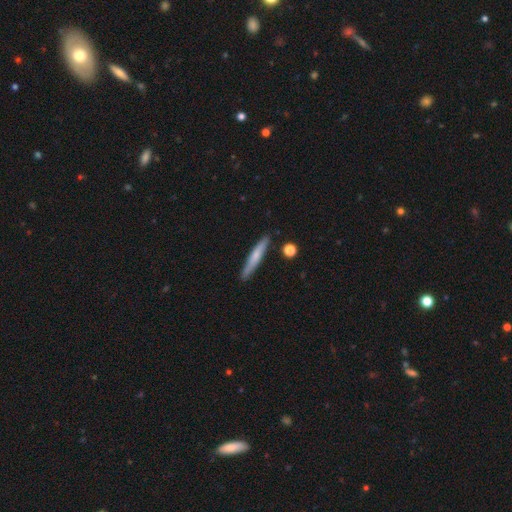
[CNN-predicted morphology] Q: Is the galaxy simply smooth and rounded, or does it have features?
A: smooth — 60%.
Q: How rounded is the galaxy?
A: cigar-shaped — 94%.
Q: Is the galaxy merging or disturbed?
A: none — 86%.